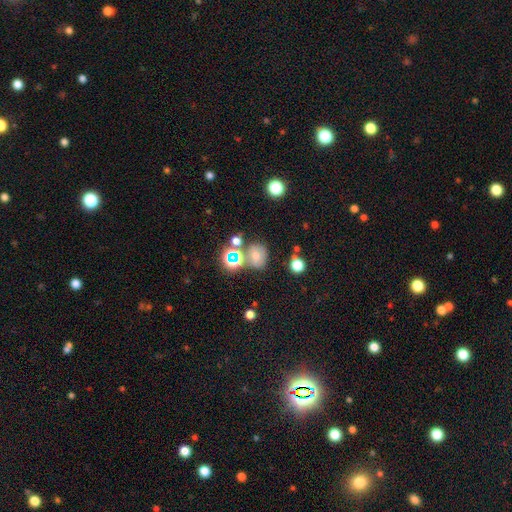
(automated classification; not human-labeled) Overall: smooth (44%; star or artifact 36%). Merging: none (66%).